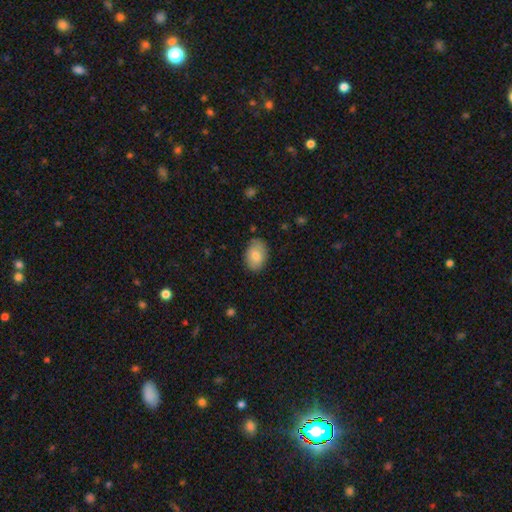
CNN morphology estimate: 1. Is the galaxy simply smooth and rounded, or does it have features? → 81% smooth, 12% featured or disk, 7% star or artifact.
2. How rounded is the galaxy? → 85% in between, 14% round, 1% cigar-shaped.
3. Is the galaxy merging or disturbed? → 82% none, 14% minor disturbance, 3% major disturbance, 1% merger.